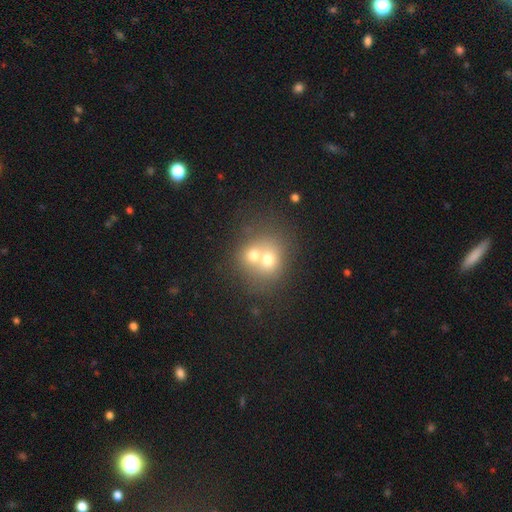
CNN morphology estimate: type=smooth (62%); roundness=round (73%); merging=merger (67%).